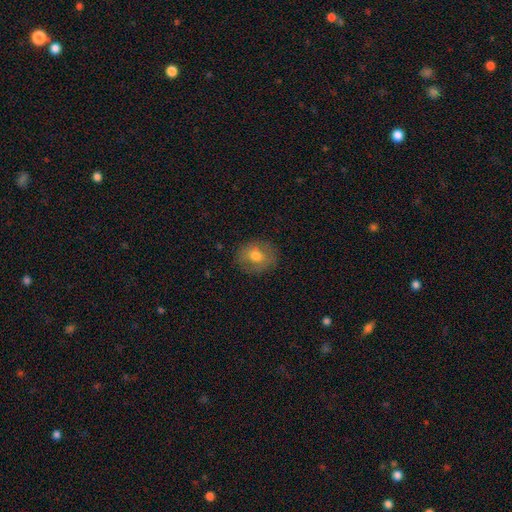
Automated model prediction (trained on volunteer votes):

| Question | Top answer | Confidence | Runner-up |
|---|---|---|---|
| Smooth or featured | smooth | 67% | featured or disk (24%) |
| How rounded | round | 67% | in between (32%) |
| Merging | none | 83% | minor disturbance (12%) |